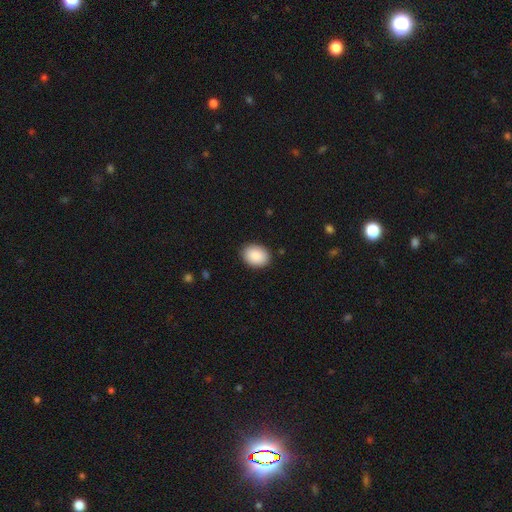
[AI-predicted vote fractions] A smooth galaxy with no disk features (90%) that is in between round and cigar-shaped (71%). Merging: none (88%).